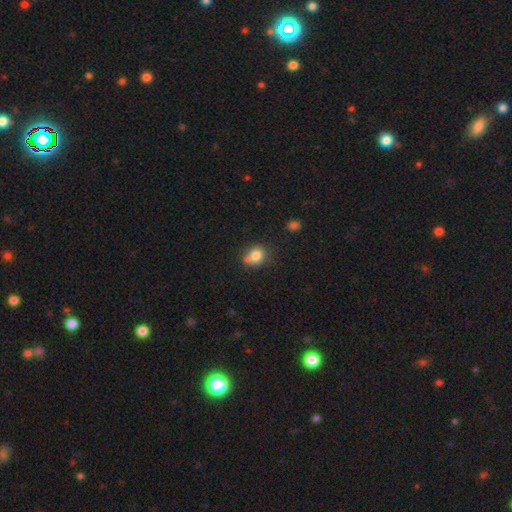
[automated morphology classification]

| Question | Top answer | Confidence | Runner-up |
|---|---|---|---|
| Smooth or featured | smooth | 80% | star or artifact (11%) |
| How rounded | round | 75% | in between (24%) |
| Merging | none | 52% | merger (27%) |